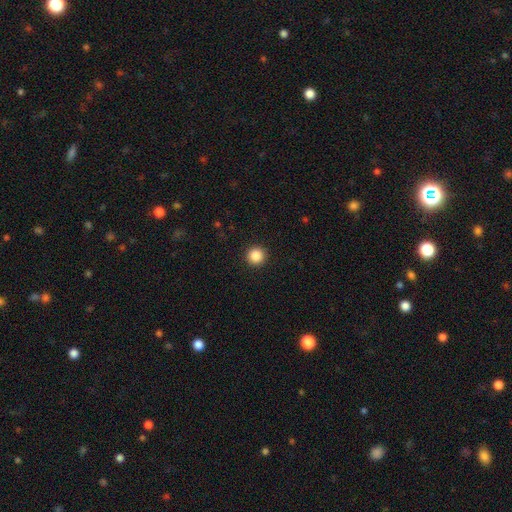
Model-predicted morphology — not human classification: The model was most divided on "smooth or featured": smooth: 87%, star or artifact: 10%, featured or disk: 3%. More confident: how rounded — round (96%); merging — none (93%).